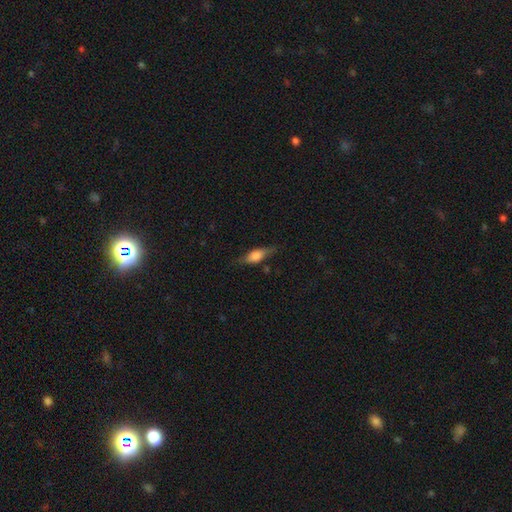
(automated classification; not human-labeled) Q: Smooth or featured?
A: smooth (55%); runner-up: featured or disk (37%)
Q: How rounded?
A: in between (61%); runner-up: cigar-shaped (34%)
Q: Merging?
A: none (71%); runner-up: minor disturbance (21%)